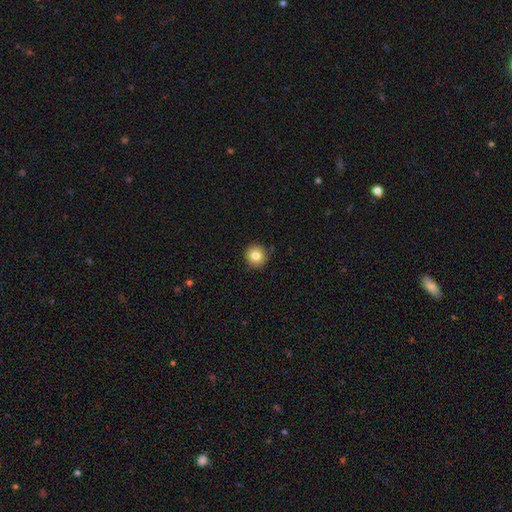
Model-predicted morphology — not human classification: Overall: smooth (82%). How rounded: round (92%). Merging: none (90%).